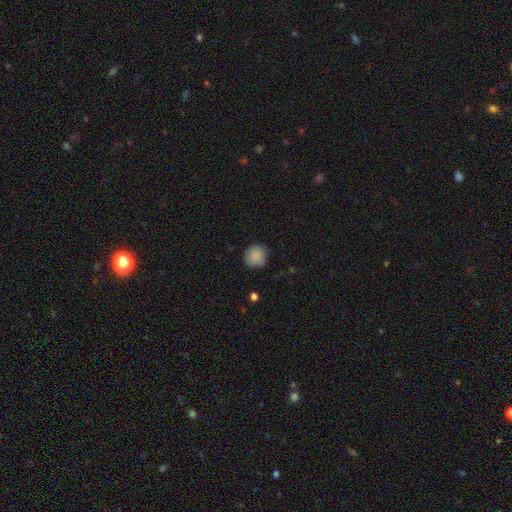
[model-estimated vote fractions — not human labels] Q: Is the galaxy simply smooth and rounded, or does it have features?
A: smooth — 87%.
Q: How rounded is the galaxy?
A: round — 89%.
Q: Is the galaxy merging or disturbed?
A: none — 78%.